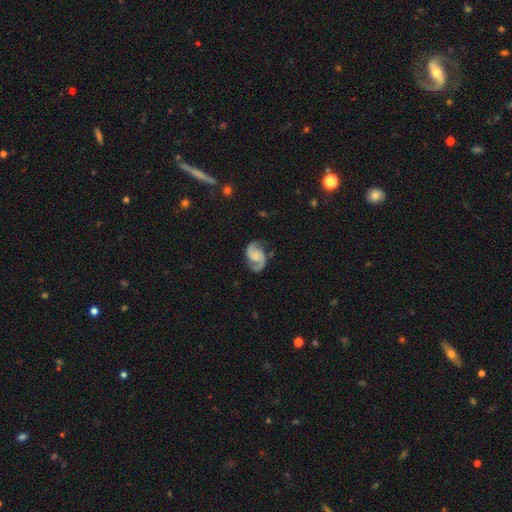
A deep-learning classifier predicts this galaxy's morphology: Smooth or featured?
  - featured or disk: 90% *
  - smooth: 5%
  - star or artifact: 4%
Edge-on disk?
  - no: 98% *
  - yes: 2%
Bar?
  - no: 58% *
  - weak: 34%
  - strong: 8%
Spiral arms?
  - yes: 98% *
  - no: 2%
Spiral winding?
  - medium: 57% *
  - loose: 23%
  - tight: 19%
Spiral arm count?
  - 2: 94% *
  - can't tell: 2%
  - 1: 1%
  - 3: 1%
  - 4: 1%
  - more than 4: 1%
Bulge size?
  - none: 43% *
  - small: 24%
  - moderate: 22%
  - large: 9%
  - dominant: 2%
Merging?
  - none: 80% *
  - minor disturbance: 14%
  - major disturbance: 4%
  - merger: 2%